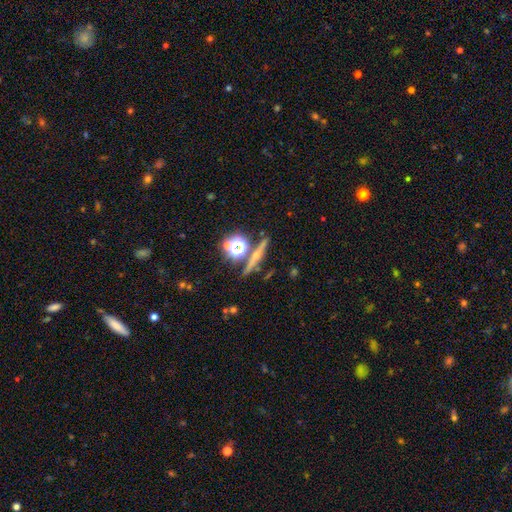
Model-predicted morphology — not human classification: type=featured or disk (49%); merging=none (85%).